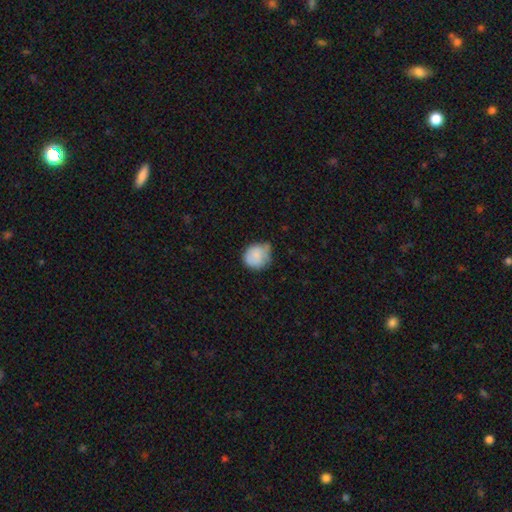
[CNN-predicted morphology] This is likely a smooth galaxy (79%). How rounded: likely round (78%). Merging: possibly minor disturbance (45%).